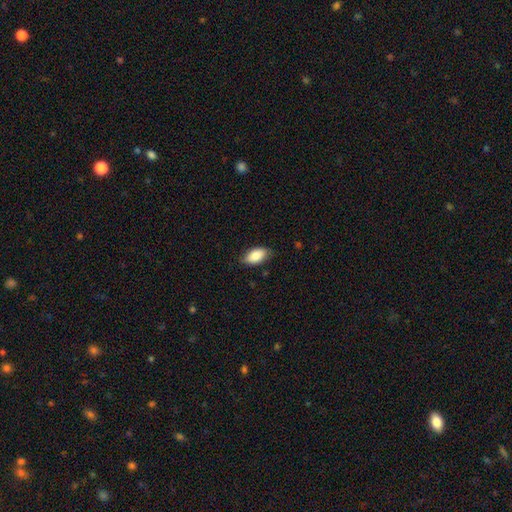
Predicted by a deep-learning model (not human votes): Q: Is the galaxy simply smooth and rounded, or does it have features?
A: smooth — 86%.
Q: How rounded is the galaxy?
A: in between — 93%.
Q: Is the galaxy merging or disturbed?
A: none — 79%.